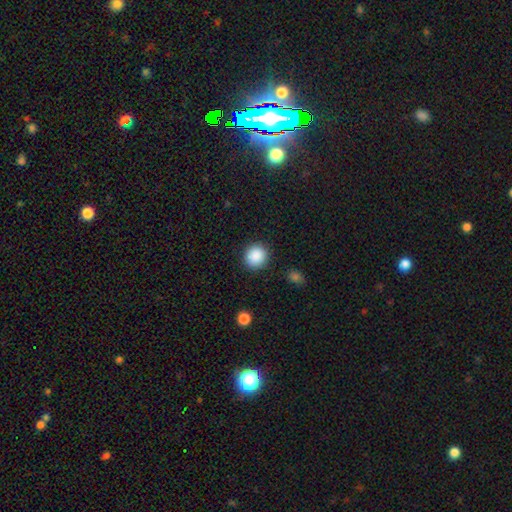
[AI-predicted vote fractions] This is clearly a smooth galaxy (88%). How rounded: clearly round (87%). Merging: clearly none (89%).